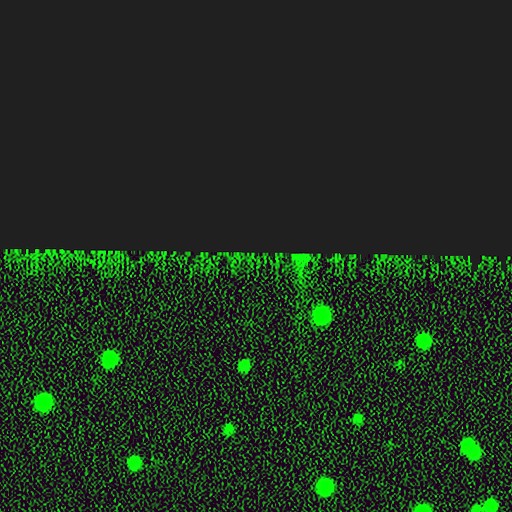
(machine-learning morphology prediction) A star or artifact, not a galaxy (86%).

Vote fractions:
- Smooth or featured? star or artifact: 86% / smooth: 8% / featured or disk: 6%